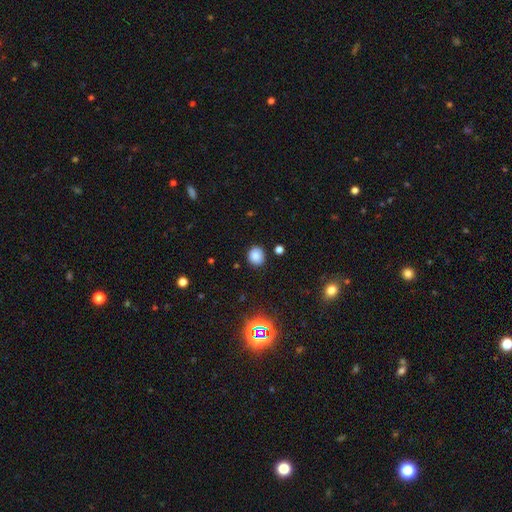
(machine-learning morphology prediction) Overall: smooth (80%). How rounded: round (83%). Merging: none (87%).